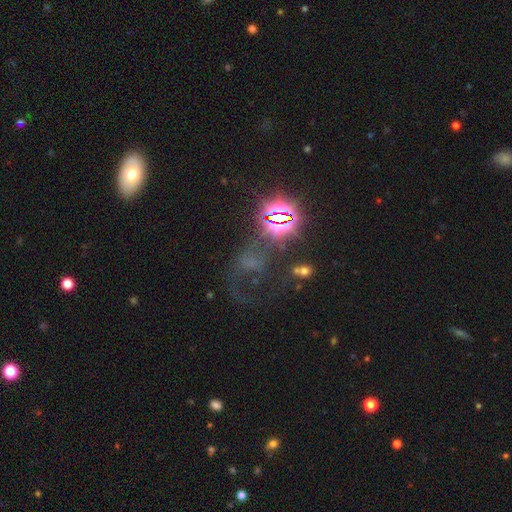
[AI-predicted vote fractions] Smooth or featured?
  - star or artifact: 54% *
  - smooth: 27%
  - featured or disk: 19%